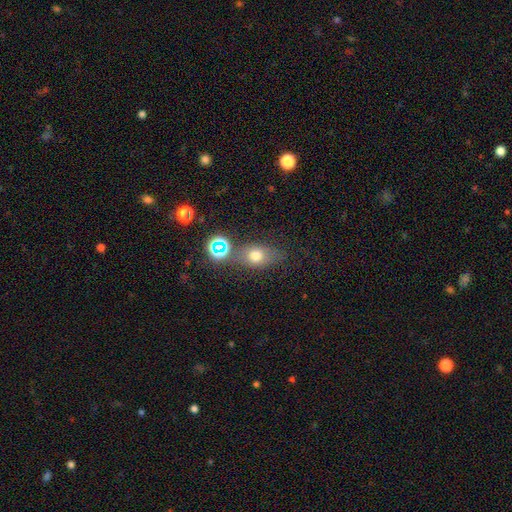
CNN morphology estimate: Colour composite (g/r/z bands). It shows a smooth galaxy with no disk features (67%) that is in between round and cigar-shaped (62%). Merging: none (64%).